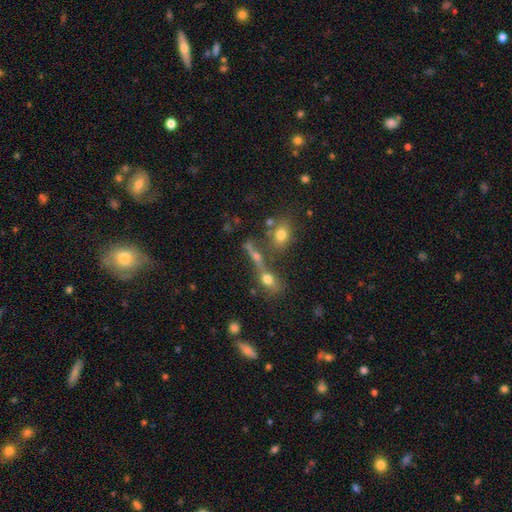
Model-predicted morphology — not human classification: The model was most divided on "merging": none: 45%, merger: 36%, minor disturbance: 11%, major disturbance: 8%. Remaining: smooth or featured — smooth (47%).